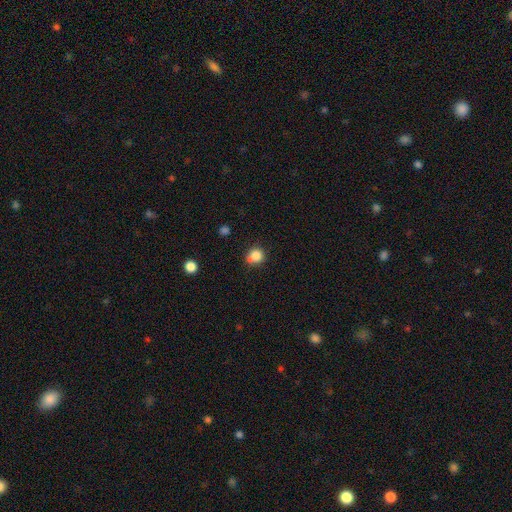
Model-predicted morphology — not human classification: Smooth or featured? Predicted: smooth (p=0.82). How rounded? Predicted: round (p=0.79). Merging? Predicted: none (p=0.56).